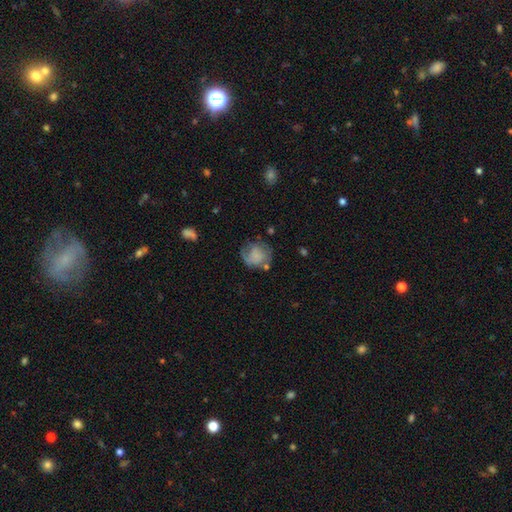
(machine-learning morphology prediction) smooth_or_featured: smooth (p=0.50) [alt: featured or disk p=0.42]
merging: none (p=0.51) [alt: minor disturbance p=0.25]